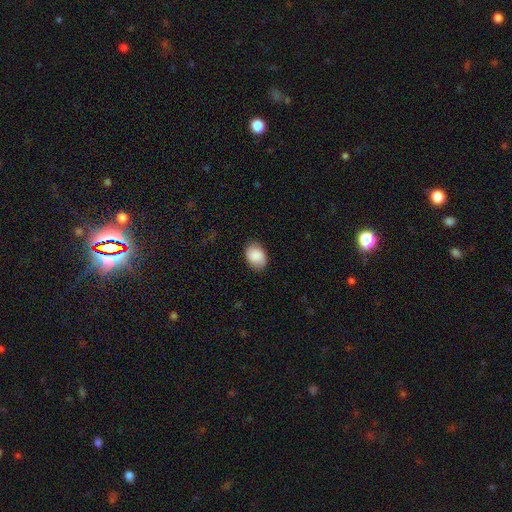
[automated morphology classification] A smooth galaxy with no disk features (87%) that is in between round and cigar-shaped (75%).

Vote fractions:
- Smooth or featured? smooth: 87% / star or artifact: 7% / featured or disk: 6%
- How rounded? in between: 75% / round: 24% / cigar-shaped: 1%
- Merging? none: 84% / minor disturbance: 12% / major disturbance: 3% / merger: 1%